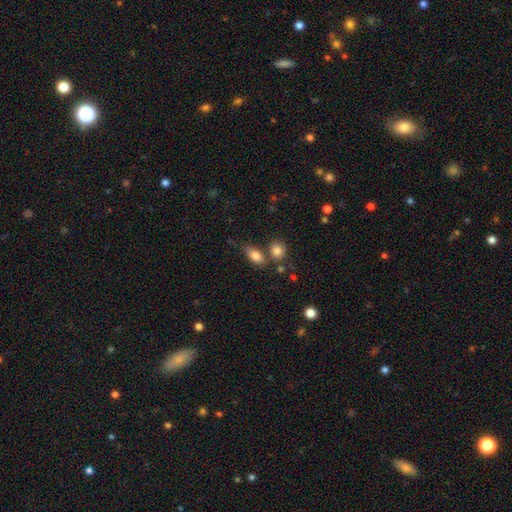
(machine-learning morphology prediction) The model was most divided on "merging": none: 62%, merger: 19%, minor disturbance: 15%, major disturbance: 4%. More confident: how rounded — in between (84%); smooth or featured — smooth (83%).